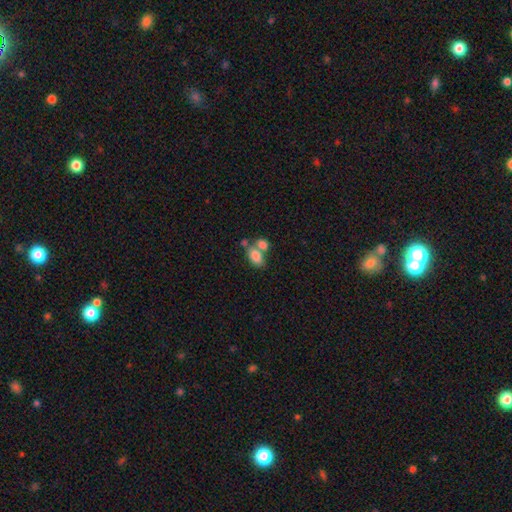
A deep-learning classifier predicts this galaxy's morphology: This appears to be a smooth galaxy with no disk features (80%) that is in between round and cigar-shaped (89%). Merging: merger (50%).